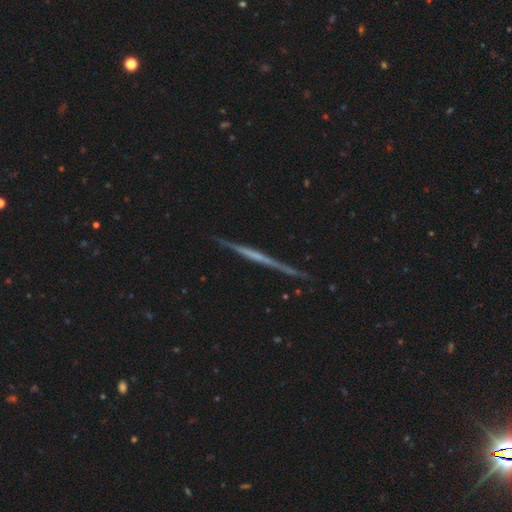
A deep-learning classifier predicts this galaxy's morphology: Overall: featured or disk (72%). Edge-on disk: yes (98%). Edge-on bulge: none (78%). Merging: none (89%).